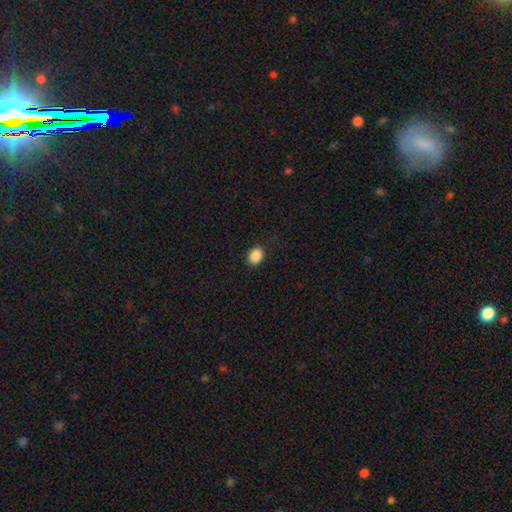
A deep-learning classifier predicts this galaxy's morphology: This appears to be a smooth galaxy with no disk features (88%) that is in between round and cigar-shaped (55%). Merging: none (88%).